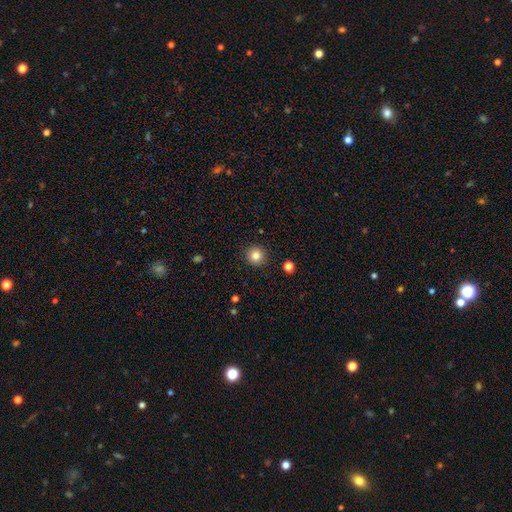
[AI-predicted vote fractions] Smooth or featured? Predicted: smooth (p=0.83). How rounded? Predicted: round (p=0.95). Merging? Predicted: none (p=0.91).